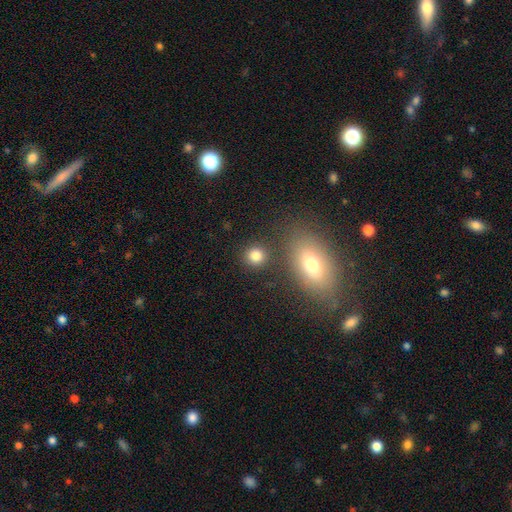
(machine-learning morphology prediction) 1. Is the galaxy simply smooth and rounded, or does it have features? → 82% smooth, 12% star or artifact, 6% featured or disk.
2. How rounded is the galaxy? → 86% round, 13% in between, 1% cigar-shaped.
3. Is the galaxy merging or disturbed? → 81% none, 8% merger, 7% minor disturbance, 3% major disturbance.